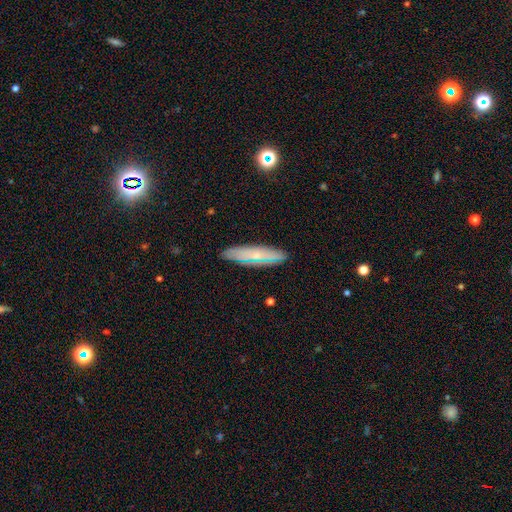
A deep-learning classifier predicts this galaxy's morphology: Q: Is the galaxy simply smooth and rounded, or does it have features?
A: featured or disk — 47%.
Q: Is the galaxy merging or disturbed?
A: none — 84%.